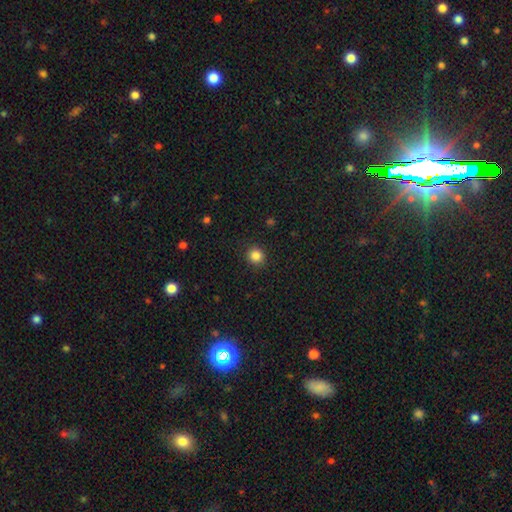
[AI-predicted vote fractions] Smooth or featured?
  - smooth: 86% *
  - star or artifact: 11%
  - featured or disk: 3%
How rounded?
  - round: 90% *
  - in between: 10%
  - cigar-shaped: 1%
Merging?
  - none: 90% *
  - minor disturbance: 6%
  - major disturbance: 2%
  - merger: 1%